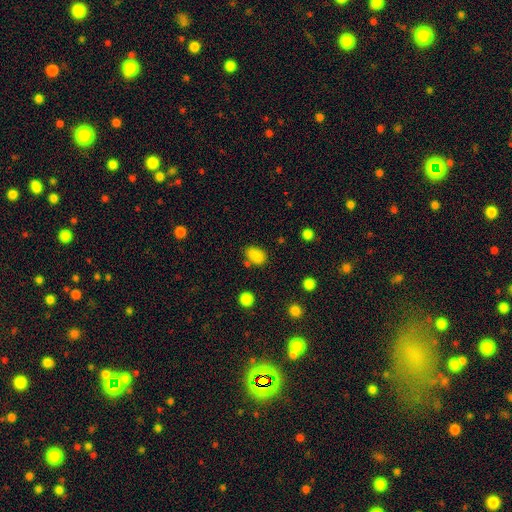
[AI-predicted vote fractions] Morphology: type=smooth (83%); roundness=in between (83%); merging=none (71%).